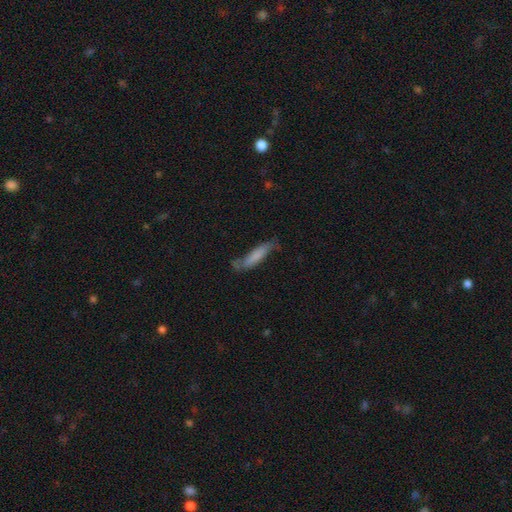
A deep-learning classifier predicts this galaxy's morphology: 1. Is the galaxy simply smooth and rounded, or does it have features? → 69% smooth, 24% featured or disk, 7% star or artifact.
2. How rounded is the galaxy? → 80% cigar-shaped, 18% in between, 2% round.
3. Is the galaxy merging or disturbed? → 56% none, 29% minor disturbance, 10% major disturbance, 5% merger.